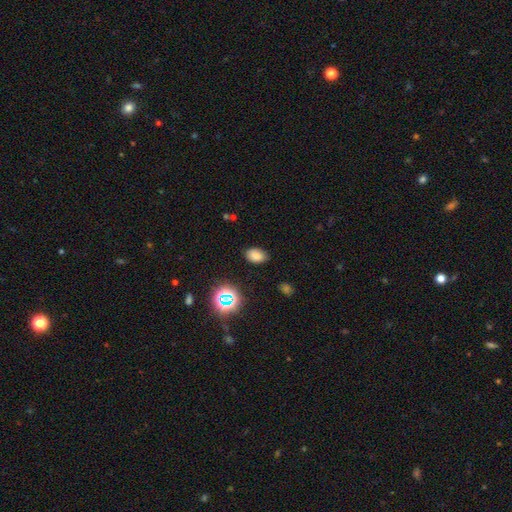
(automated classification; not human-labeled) Smooth or featured: smooth — 77% (star or artifact — 17%)
How rounded: in between — 86% (round — 13%)
Merging: none — 84% (minor disturbance — 12%)